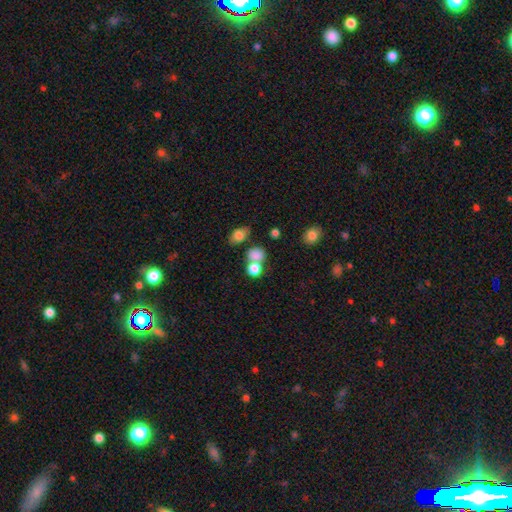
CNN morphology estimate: Q: Smooth or featured?
A: smooth (79%); runner-up: star or artifact (13%)
Q: How rounded?
A: round (68%); runner-up: in between (31%)
Q: Merging?
A: none (51%); runner-up: merger (32%)